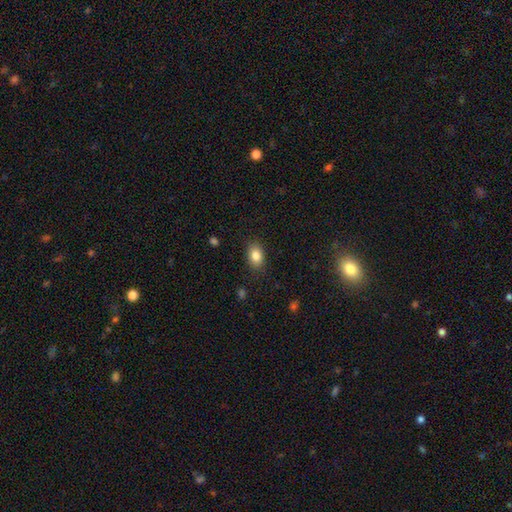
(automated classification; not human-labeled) A smooth galaxy with no disk features (85%) that is in between round and cigar-shaped (81%). Merging: none (86%).